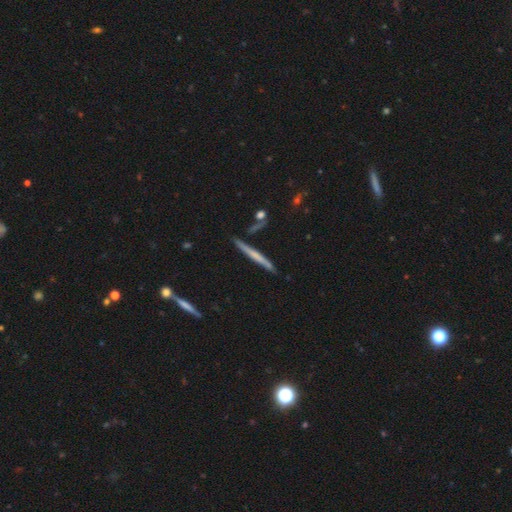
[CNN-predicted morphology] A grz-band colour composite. It shows a featured or disk galaxy (52%) viewed edge-on (96%). Merging: none (84%).